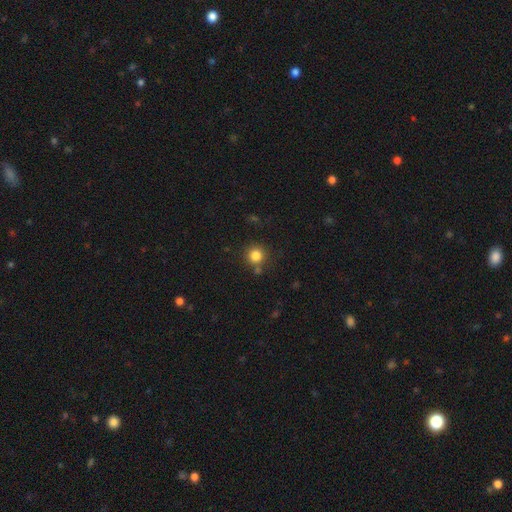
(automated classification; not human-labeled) smooth-or-featured: smooth: 82% | star or artifact: 12% | featured or disk: 5%
  how-rounded: round: 93% | in between: 6% | cigar-shaped: 1%
  merging: none: 79% | minor disturbance: 10% | merger: 8% | major disturbance: 3%